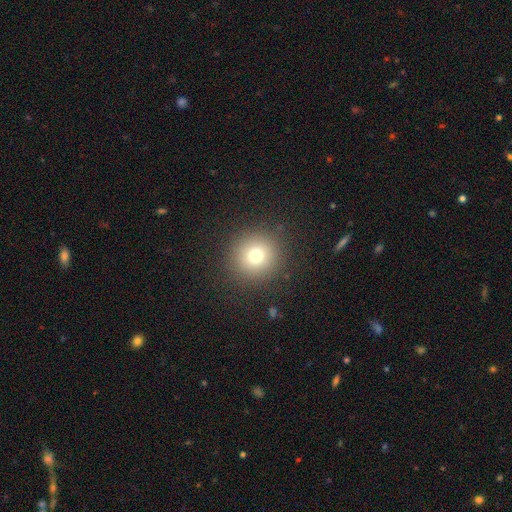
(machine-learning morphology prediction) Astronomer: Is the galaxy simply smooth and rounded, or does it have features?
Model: smooth — 74%.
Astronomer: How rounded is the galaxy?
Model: round — 94%.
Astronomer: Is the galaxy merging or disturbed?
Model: none — 90%.